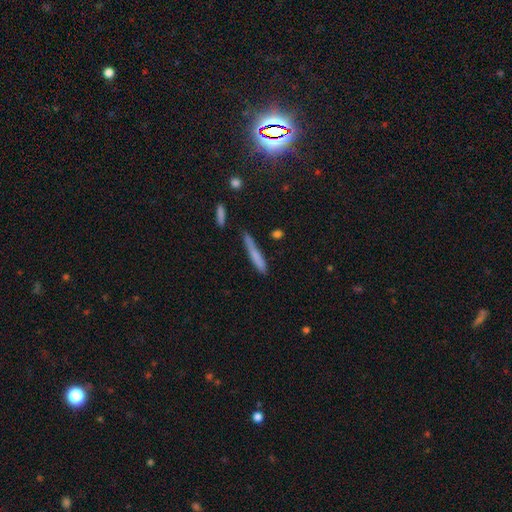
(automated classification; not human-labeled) Smooth or featured? Predicted: smooth (p=0.72). How rounded? Predicted: cigar-shaped (p=0.94). Merging? Predicted: none (p=0.67).